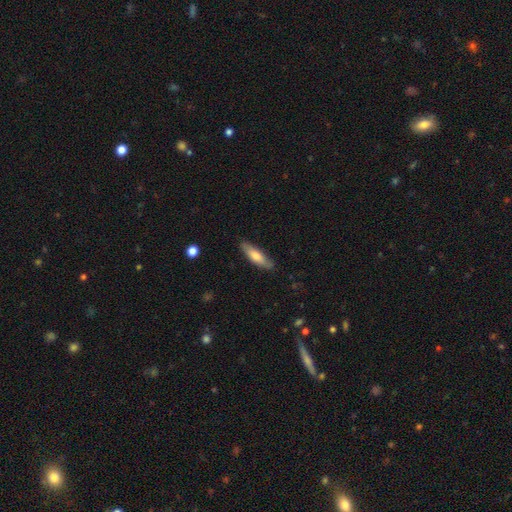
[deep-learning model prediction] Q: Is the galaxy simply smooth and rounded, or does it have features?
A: smooth — 68%.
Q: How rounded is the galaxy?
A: cigar-shaped — 62%.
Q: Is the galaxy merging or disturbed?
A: none — 81%.